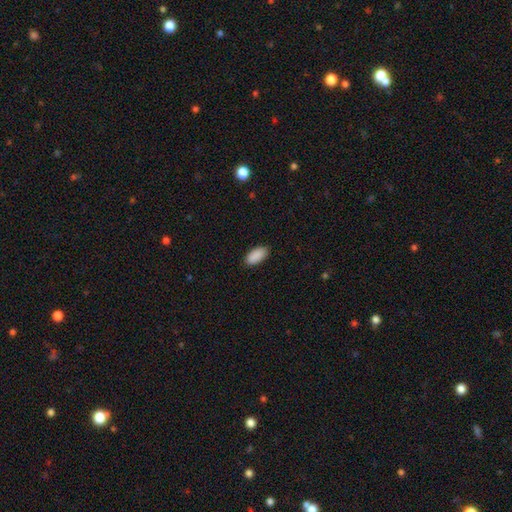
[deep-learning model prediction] Q: Smooth or featured?
A: smooth (91%); runner-up: star or artifact (6%)
Q: How rounded?
A: in between (94%); runner-up: cigar-shaped (4%)
Q: Merging?
A: none (88%); runner-up: minor disturbance (9%)